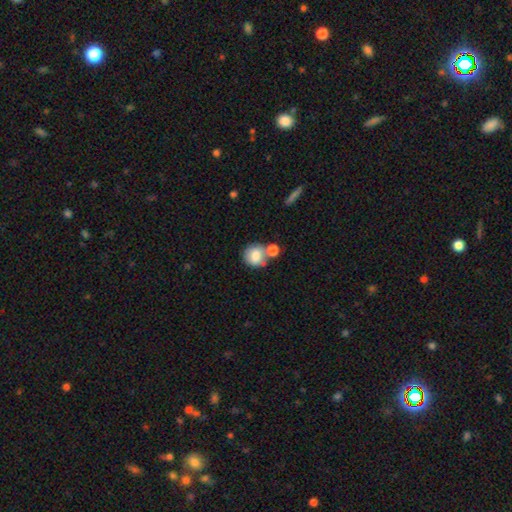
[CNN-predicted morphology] The model was most divided on "merging": none: 48%, merger: 35%, minor disturbance: 12%, major disturbance: 5%. More confident: how rounded — round (79%); smooth or featured — smooth (79%).